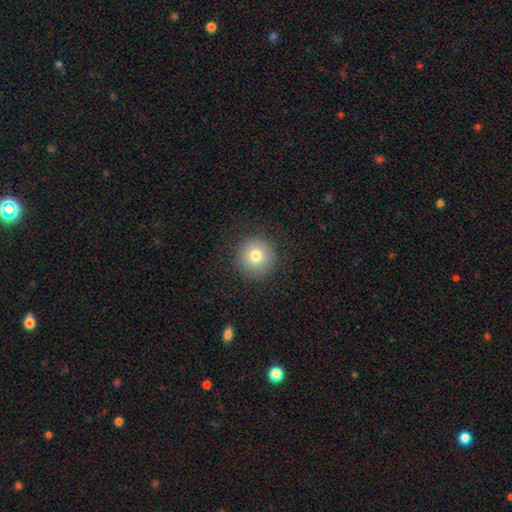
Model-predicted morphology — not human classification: smooth_or_featured: smooth (p=0.76) [alt: featured or disk p=0.12]
how_rounded: round (p=0.96) [alt: in between p=0.03]
merging: none (p=0.88) [alt: minor disturbance p=0.08]